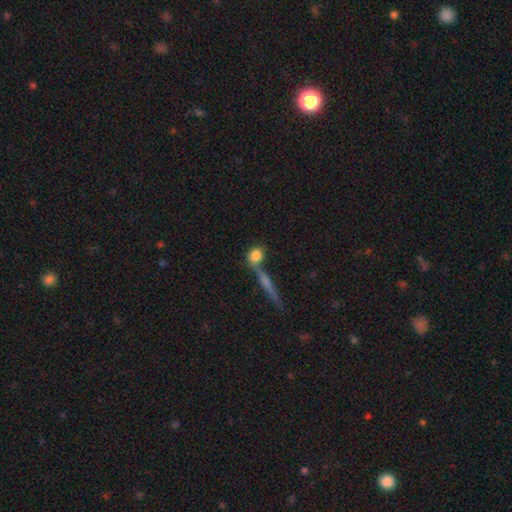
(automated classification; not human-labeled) A smooth galaxy with no disk features (78%) that is round (61%). Merging: none (53%).